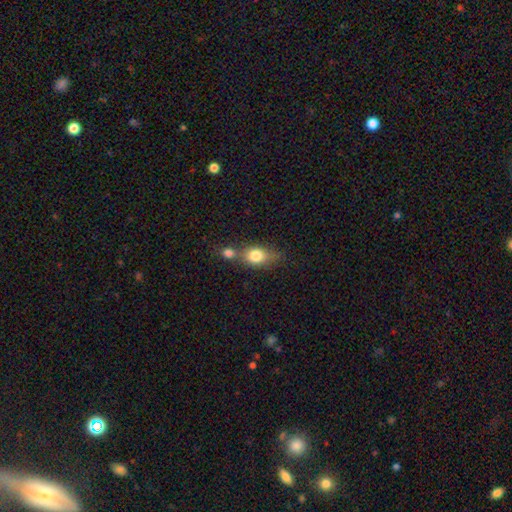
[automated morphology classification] Smooth or featured? smooth (76%)
How rounded? in between (56%)
Merging? merger (45%)